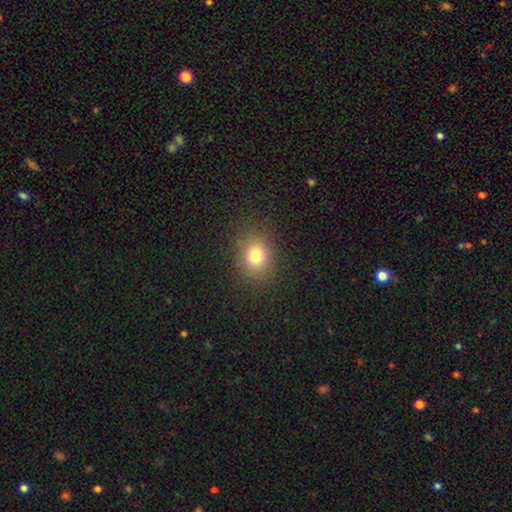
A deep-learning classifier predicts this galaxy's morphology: A smooth galaxy with no disk features (77%) that is round (60%). Merging: none (85%).